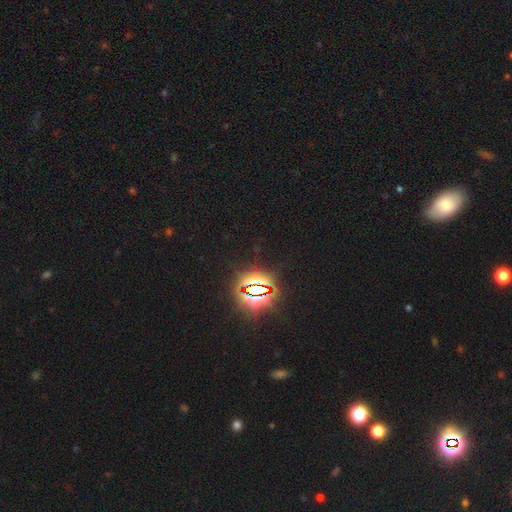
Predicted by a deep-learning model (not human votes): Smooth or featured: star or artifact — 82% (smooth — 11%)